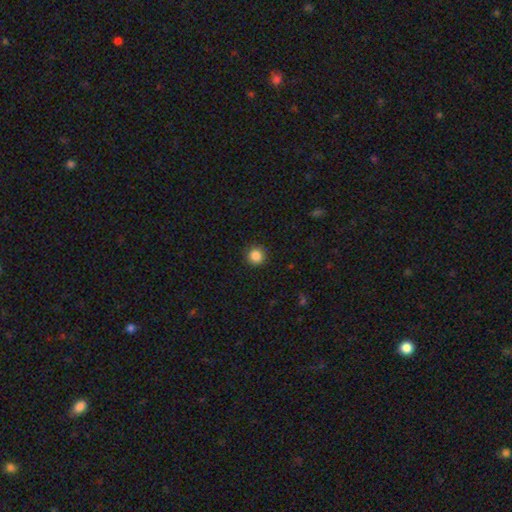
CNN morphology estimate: Smooth or featured: smooth — 86% (star or artifact — 11%)
How rounded: round — 95% (in between — 4%)
Merging: none — 92% (minor disturbance — 5%)